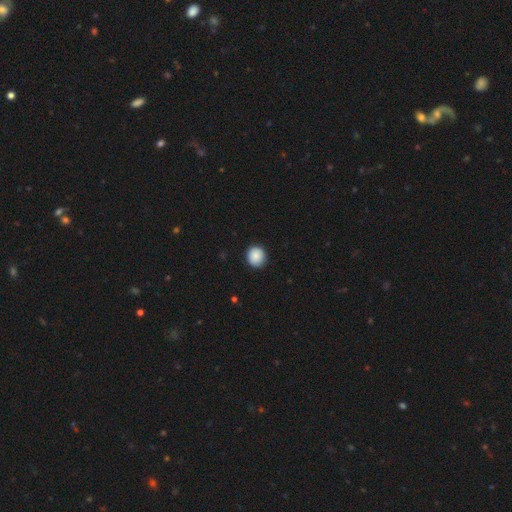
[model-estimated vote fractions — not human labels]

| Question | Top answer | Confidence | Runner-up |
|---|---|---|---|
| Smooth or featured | smooth | 87% | star or artifact (8%) |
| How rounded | round | 87% | in between (12%) |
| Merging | none | 89% | minor disturbance (9%) |